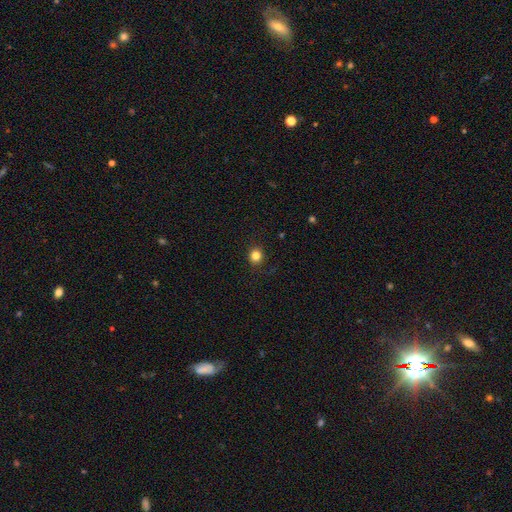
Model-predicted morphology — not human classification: This appears to be a smooth galaxy with no disk features (83%) that is round (90%). Merging: none (90%).